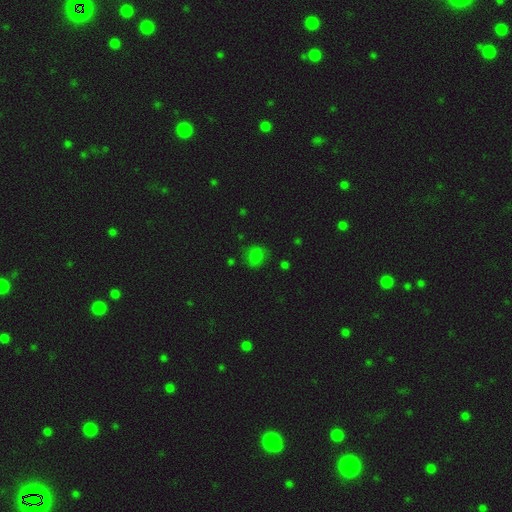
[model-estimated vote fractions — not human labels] Morphology: type=smooth (77%); roundness=round (76%); merging=none (73%).